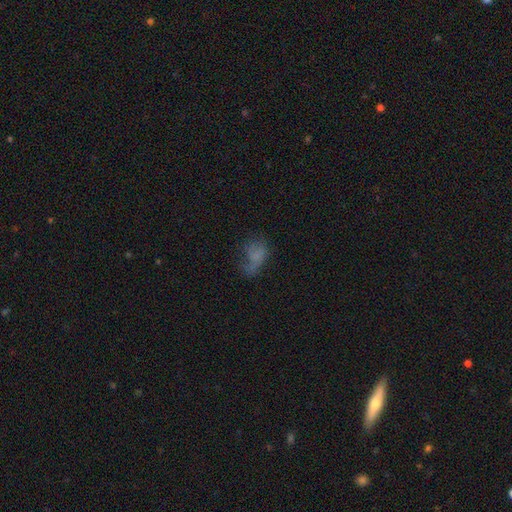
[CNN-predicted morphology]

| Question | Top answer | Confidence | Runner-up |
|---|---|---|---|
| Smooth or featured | smooth | 54% | featured or disk (29%) |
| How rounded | in between | 81% | round (16%) |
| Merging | major disturbance | 39% | none (33%) |